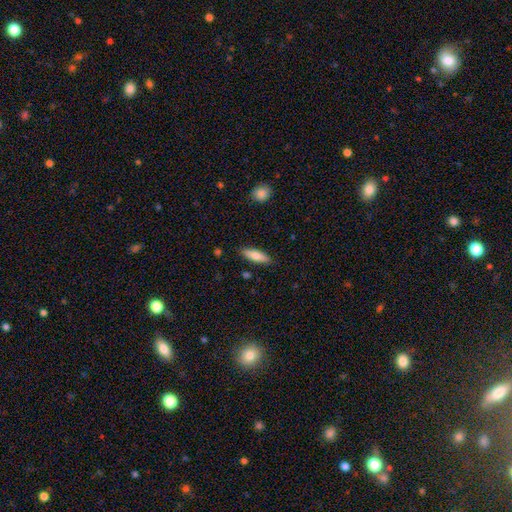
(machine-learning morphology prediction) Overall: smooth (77%). How rounded: cigar-shaped (53%; in between 46%). Merging: none (87%).